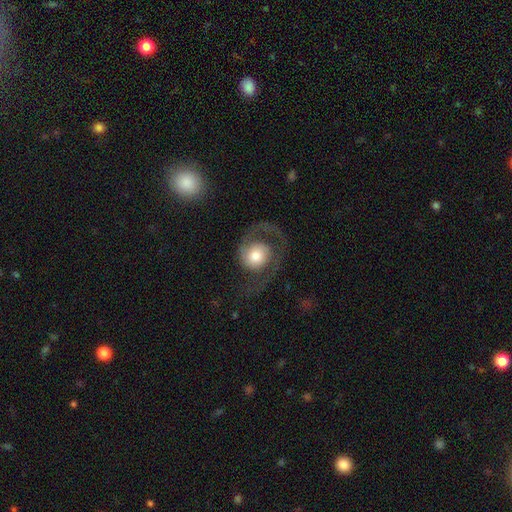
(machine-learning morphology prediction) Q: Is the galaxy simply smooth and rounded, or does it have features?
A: featured or disk — 64%.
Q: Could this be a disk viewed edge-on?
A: no — 97%.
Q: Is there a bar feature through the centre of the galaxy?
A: no — 79%.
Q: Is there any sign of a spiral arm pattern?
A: yes — 87%.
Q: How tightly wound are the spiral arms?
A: medium — 42%.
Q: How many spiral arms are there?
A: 2 — 57%.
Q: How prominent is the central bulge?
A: moderate — 52%.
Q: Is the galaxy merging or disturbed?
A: none — 49%.